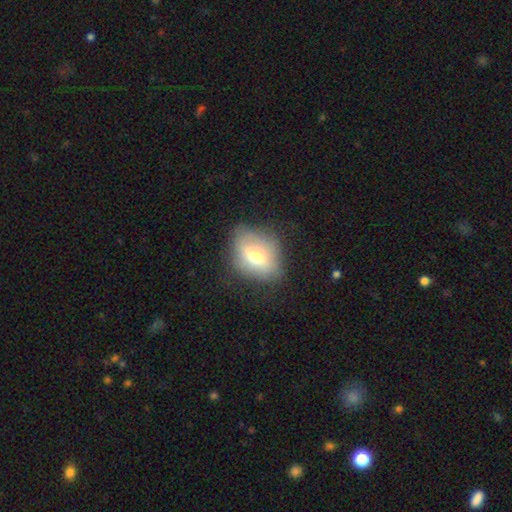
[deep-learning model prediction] This appears to be a smooth galaxy with no disk features (65%) that is in between round and cigar-shaped (65%). Merging: none (64%).